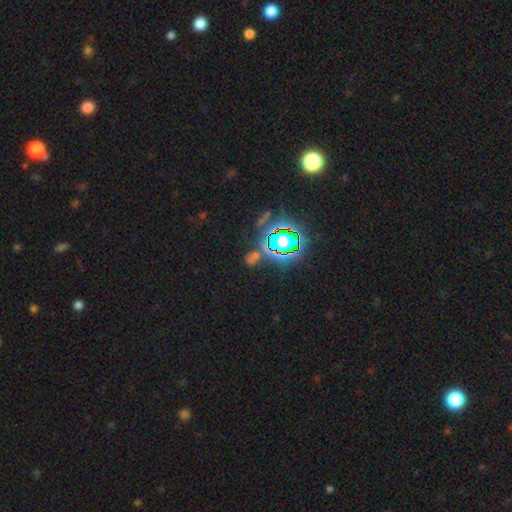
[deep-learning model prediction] Smooth or featured? Predicted: star or artifact (p=0.73).